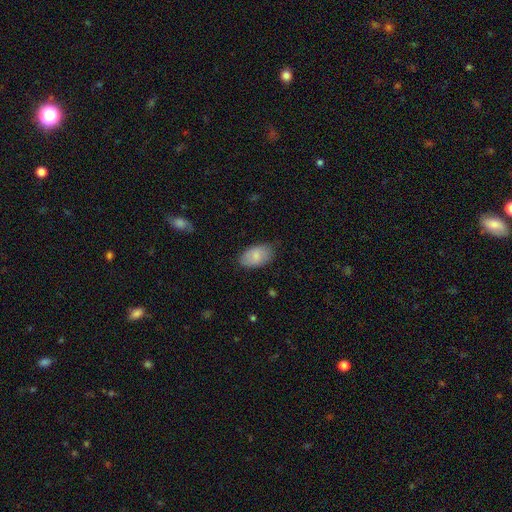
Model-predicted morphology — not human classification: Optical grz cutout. It shows a smooth galaxy with no disk features (81%) that is in between round and cigar-shaped (94%). Merging: none (76%).